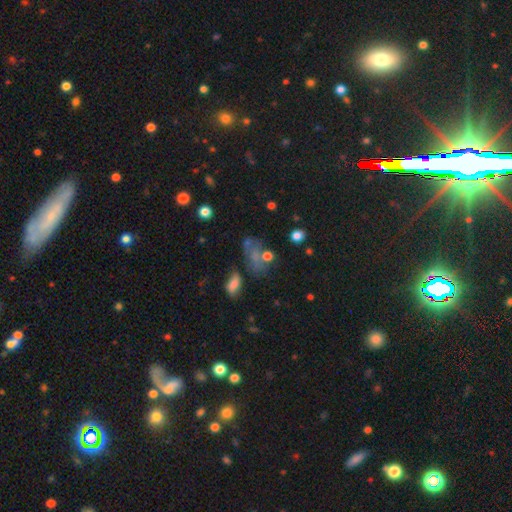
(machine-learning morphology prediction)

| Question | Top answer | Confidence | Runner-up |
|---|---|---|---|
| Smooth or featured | smooth | 40% | star or artifact (36%) |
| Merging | none | 44% | major disturbance (21%) |